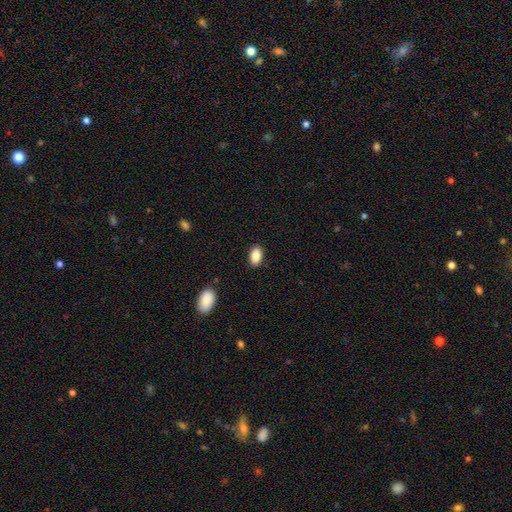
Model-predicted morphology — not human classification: This appears to be a smooth galaxy with no disk features (86%) that is in between round and cigar-shaped (91%). Merging: none (88%).